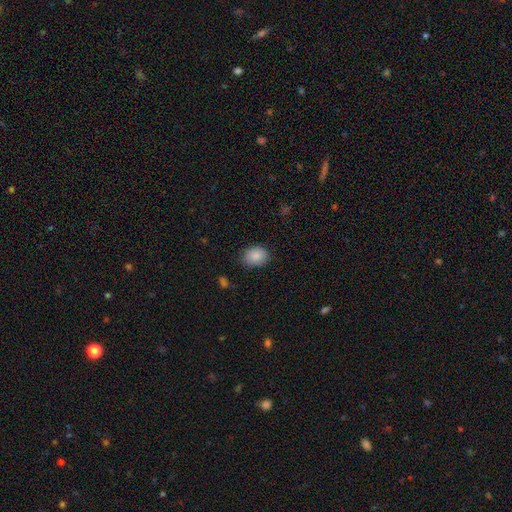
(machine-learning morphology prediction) A smooth galaxy with no disk features (87%) that is in between round and cigar-shaped (59%). Merging: none (80%).